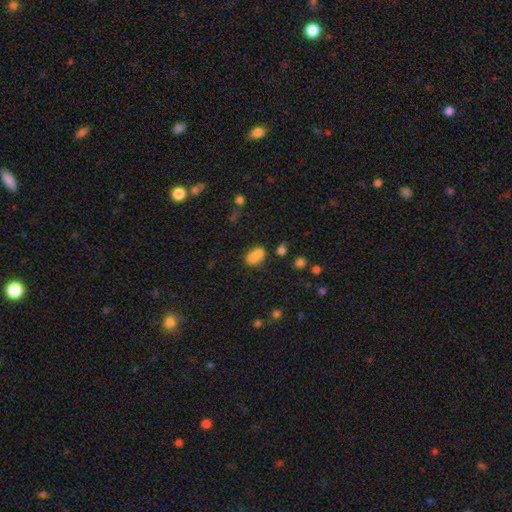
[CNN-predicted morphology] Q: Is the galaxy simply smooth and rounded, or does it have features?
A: smooth — 71%.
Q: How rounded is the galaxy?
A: in between — 53%.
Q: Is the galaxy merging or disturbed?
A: merger — 62%.